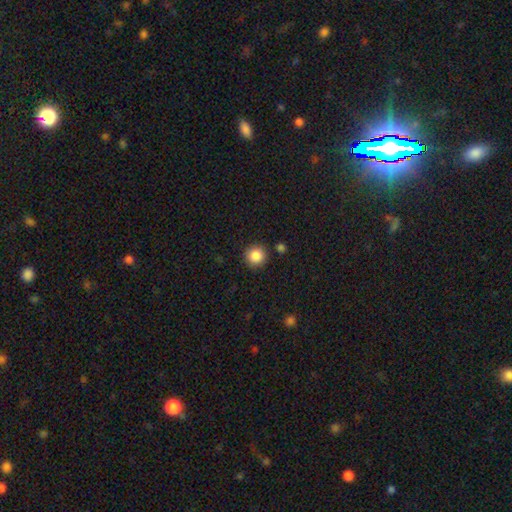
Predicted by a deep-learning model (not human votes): Smooth or featured?
  - smooth: 87% *
  - star or artifact: 10%
  - featured or disk: 4%
How rounded?
  - round: 95% *
  - in between: 4%
  - cigar-shaped: 1%
Merging?
  - none: 89% *
  - minor disturbance: 6%
  - merger: 3%
  - major disturbance: 2%